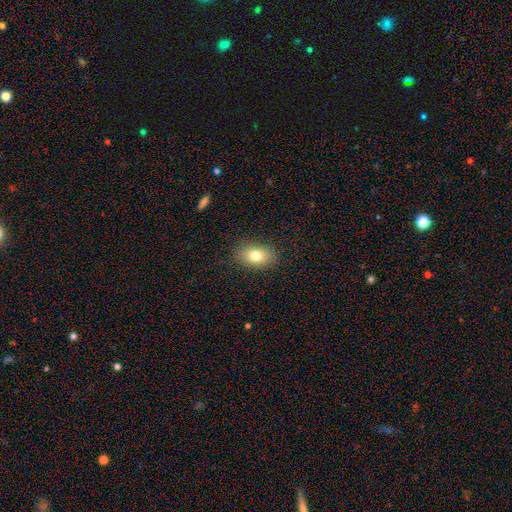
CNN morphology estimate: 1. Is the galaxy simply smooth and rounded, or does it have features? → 78% smooth, 12% featured or disk, 10% star or artifact.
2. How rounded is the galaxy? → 80% in between, 19% round, 1% cigar-shaped.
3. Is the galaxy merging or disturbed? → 86% none, 10% minor disturbance, 3% major disturbance, 1% merger.